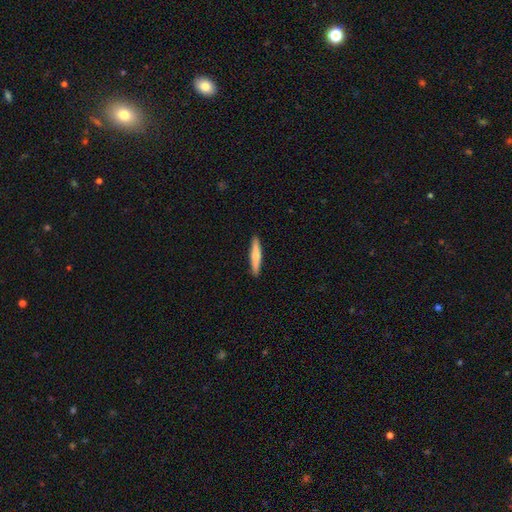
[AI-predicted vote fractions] This appears to be a smooth galaxy with no disk features (65%) that is cigar-shaped (92%). Merging: none (91%).